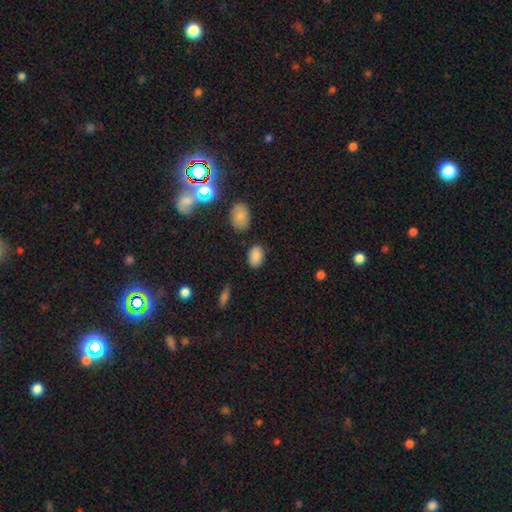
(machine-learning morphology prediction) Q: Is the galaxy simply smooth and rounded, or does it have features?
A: smooth — 87%.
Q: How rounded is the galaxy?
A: in between — 87%.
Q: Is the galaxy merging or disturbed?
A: none — 85%.